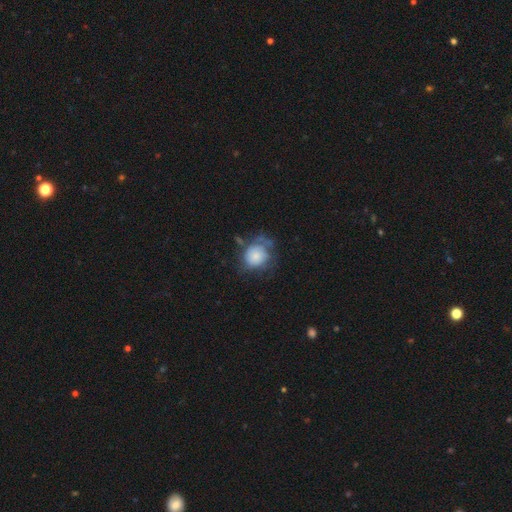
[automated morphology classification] type=smooth (65%); roundness=round (72%); merging=none (39%).